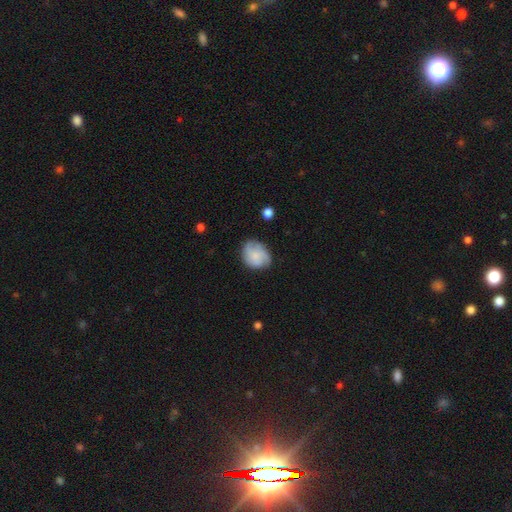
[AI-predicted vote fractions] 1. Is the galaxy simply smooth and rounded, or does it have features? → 47% smooth, 45% featured or disk, 8% star or artifact.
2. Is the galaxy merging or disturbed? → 71% none, 21% minor disturbance, 7% major disturbance, 2% merger.